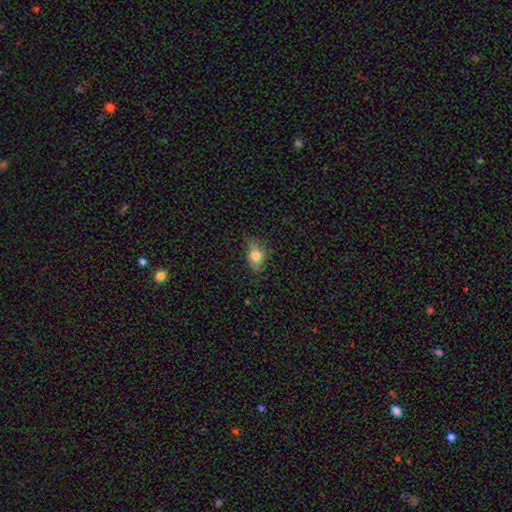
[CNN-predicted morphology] Smooth or featured: smooth — 74% (featured or disk — 16%)
How rounded: in between — 77% (round — 19%)
Merging: none — 63% (minor disturbance — 28%)